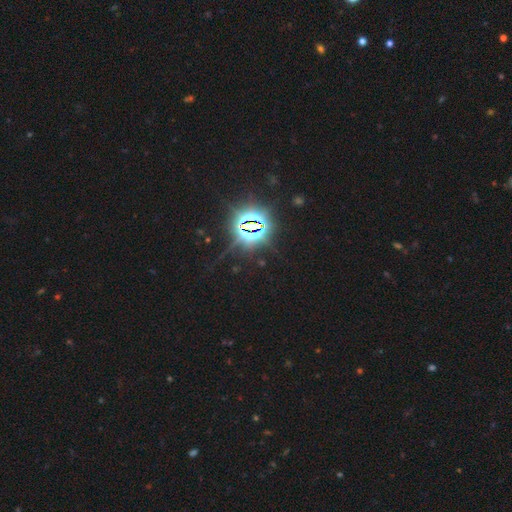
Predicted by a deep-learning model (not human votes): Q: Smooth or featured?
A: star or artifact (86%); runner-up: smooth (9%)